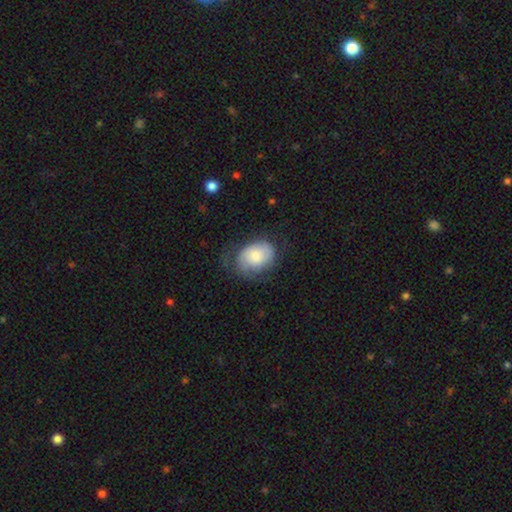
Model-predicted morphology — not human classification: A smooth galaxy with no disk features (64%) that is in between round and cigar-shaped (64%).

Vote fractions:
- Smooth or featured? smooth: 64% / featured or disk: 29% / star or artifact: 7%
- How rounded? in between: 64% / round: 35% / cigar-shaped: 1%
- Merging? none: 52% / minor disturbance: 28% / major disturbance: 18% / merger: 1%